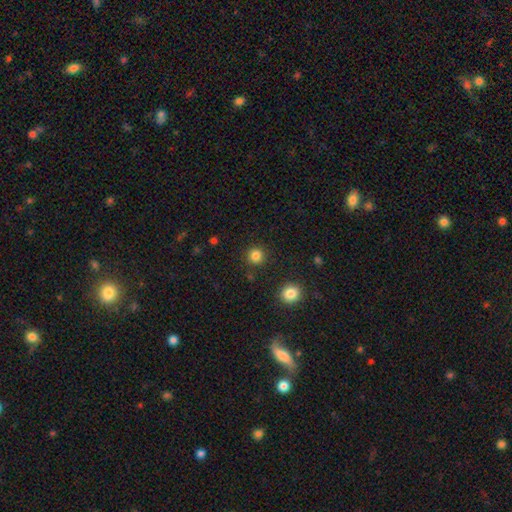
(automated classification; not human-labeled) smooth 83%, star or artifact 13%, featured or disk 4%. Down the decision tree: how rounded — round (94%); merging — none (90%).